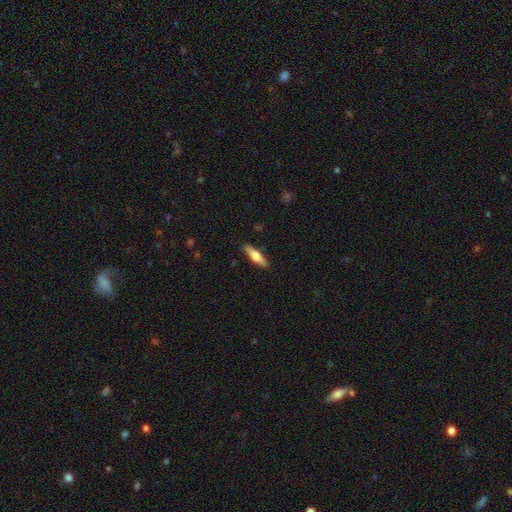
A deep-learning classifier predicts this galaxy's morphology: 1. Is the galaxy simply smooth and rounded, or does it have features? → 52% smooth, 43% featured or disk, 5% star or artifact.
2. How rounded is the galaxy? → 62% cigar-shaped, 36% in between, 2% round.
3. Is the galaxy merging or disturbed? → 88% none, 9% minor disturbance, 2% major disturbance, 1% merger.